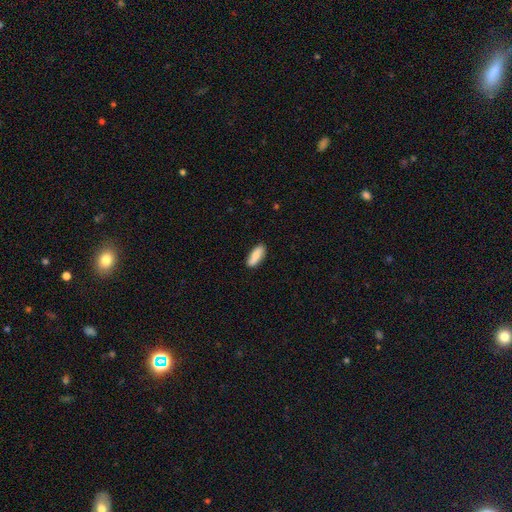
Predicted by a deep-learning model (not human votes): Smooth or featured? Predicted: smooth (p=0.79). How rounded? Predicted: in between (p=0.72). Merging? Predicted: none (p=0.86).